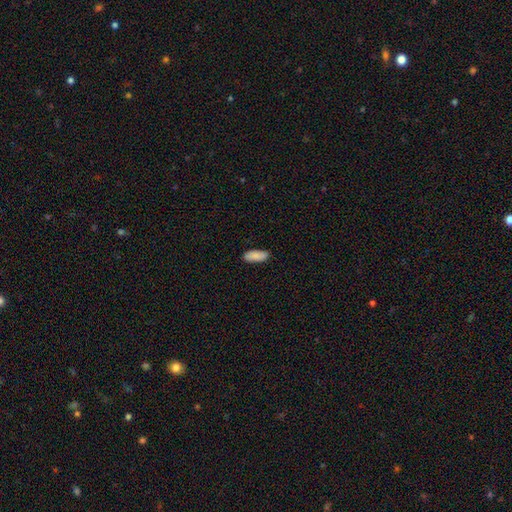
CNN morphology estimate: Q: Smooth or featured?
A: smooth (87%); runner-up: featured or disk (7%)
Q: How rounded?
A: in between (83%); runner-up: cigar-shaped (15%)
Q: Merging?
A: none (86%); runner-up: minor disturbance (11%)